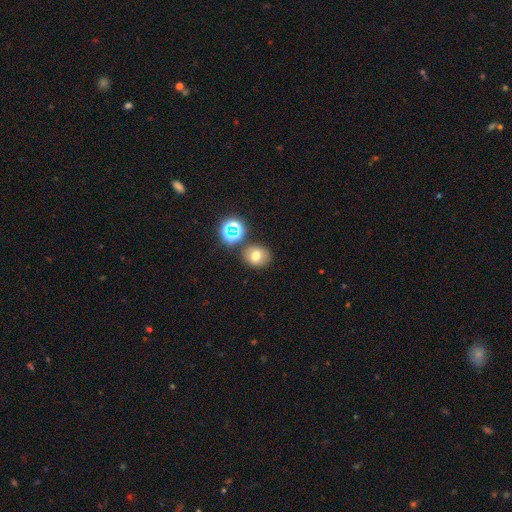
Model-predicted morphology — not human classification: smooth 67%, star or artifact 19%, featured or disk 15%. Down the decision tree: how rounded — round (65%); merging — none (76%).